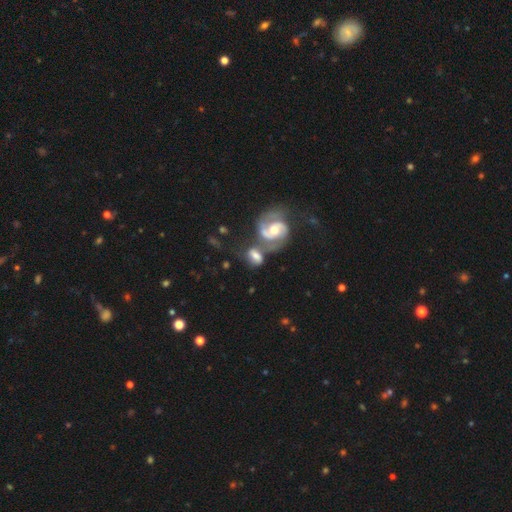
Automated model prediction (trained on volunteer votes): This is possibly a featured or disk galaxy (57%). It is clearly not viewed edge-on (95%). Bar: marginally weak (42%). Spiral arm pattern: clearly yes (86%). Central bulge: likely moderate (61%). Merging: possibly merger (46%).